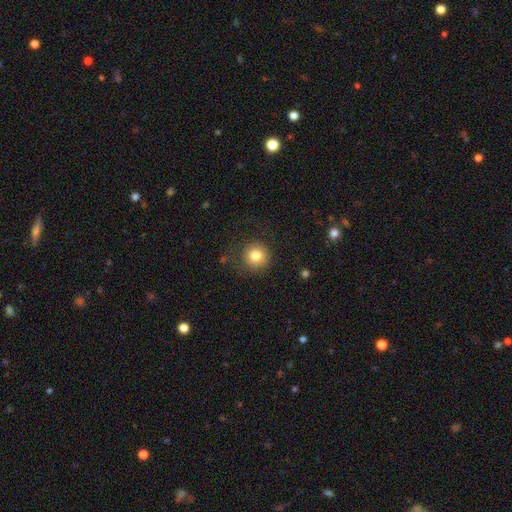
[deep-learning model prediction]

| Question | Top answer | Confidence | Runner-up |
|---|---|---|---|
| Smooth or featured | smooth | 81% | star or artifact (11%) |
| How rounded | round | 94% | in between (5%) |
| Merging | none | 82% | minor disturbance (11%) |